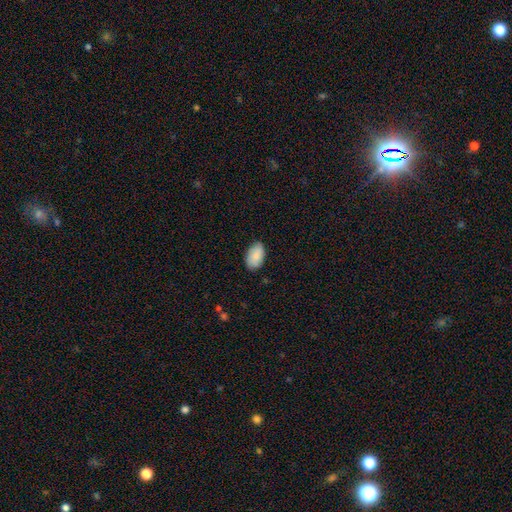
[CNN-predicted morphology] Smooth or featured? Predicted: smooth (p=0.87). How rounded? Predicted: in between (p=0.93). Merging? Predicted: none (p=0.81).